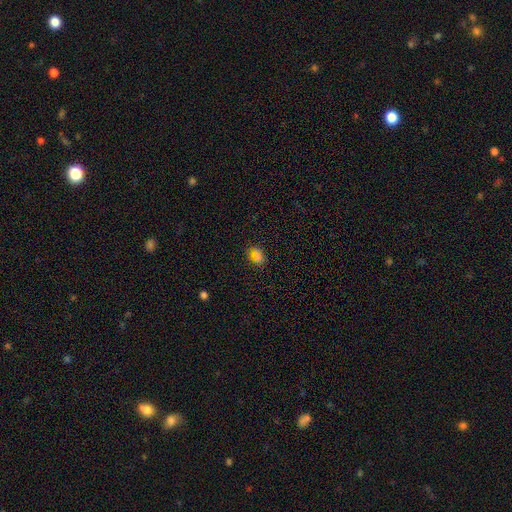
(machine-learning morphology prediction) smooth_or_featured: smooth (p=0.75) [alt: star or artifact p=0.19]
how_rounded: in between (p=0.66) [alt: round p=0.32]
merging: none (p=0.83) [alt: minor disturbance p=0.12]